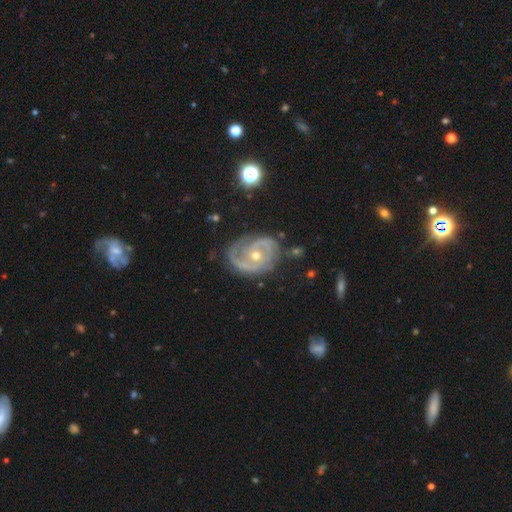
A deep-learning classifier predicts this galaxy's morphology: Smooth or featured? featured or disk (88%)
Edge-on disk? no (97%)
Bar? no (67%)
Spiral arms? yes (95%)
Spiral winding? tight (55%)
Spiral arm count? 2 (58%)
Bulge size? small (49%, tied with moderate)
Merging? none (65%)